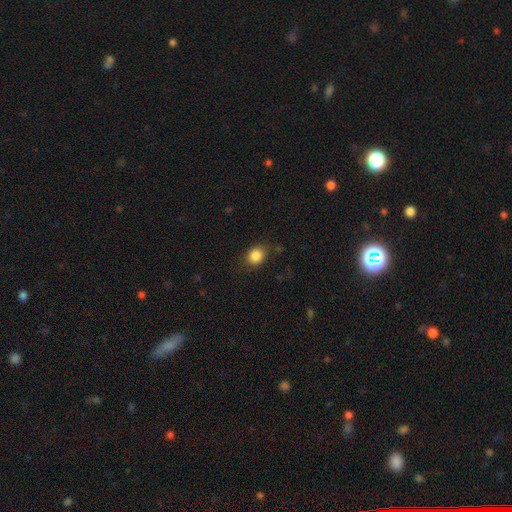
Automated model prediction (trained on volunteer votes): A smooth galaxy with no disk features (85%) that is round (61%). Merging: none (80%).